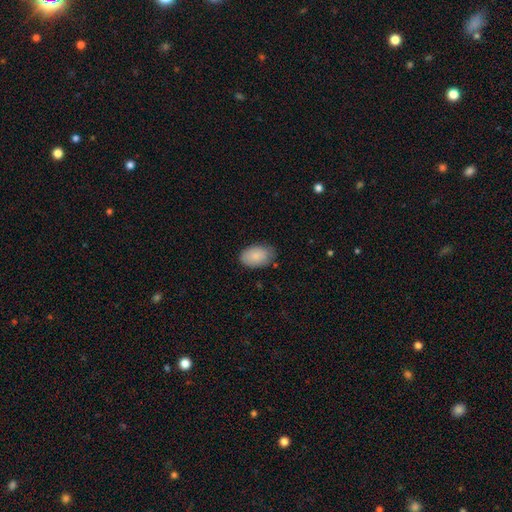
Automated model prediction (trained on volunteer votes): A smooth galaxy with no disk features (86%) that is in between round and cigar-shaped (90%). Merging: none (75%).